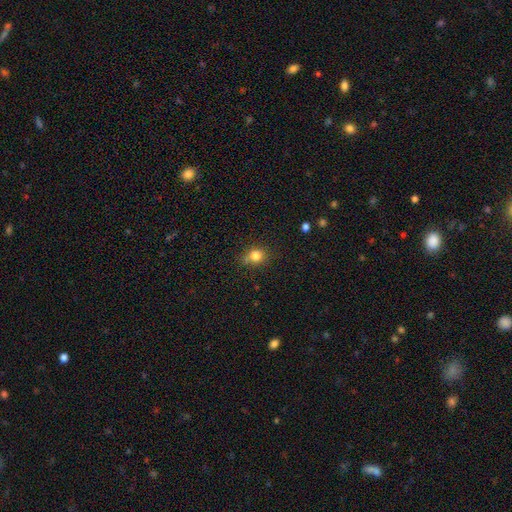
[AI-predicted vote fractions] Smooth or featured? smooth (81%)
How rounded? round (74%)
Merging? none (64%)